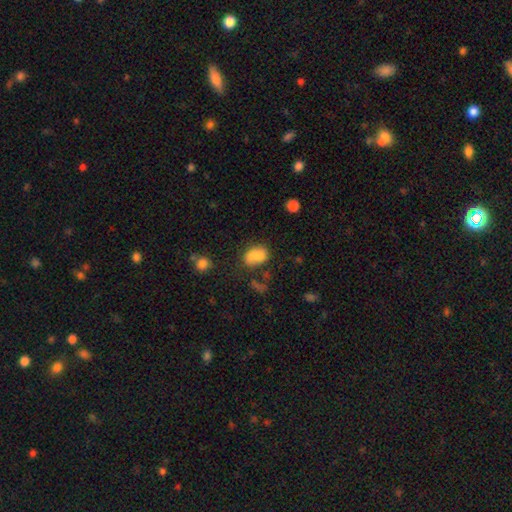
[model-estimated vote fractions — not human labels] Morphology: type=smooth (76%); roundness=in between (76%); merging=none (43%).